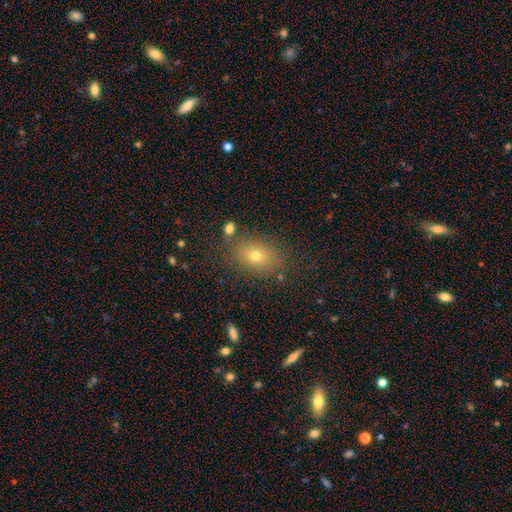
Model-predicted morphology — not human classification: Overall: smooth (68%). How rounded: in between (66%; round 32%). Merging: none (83%).